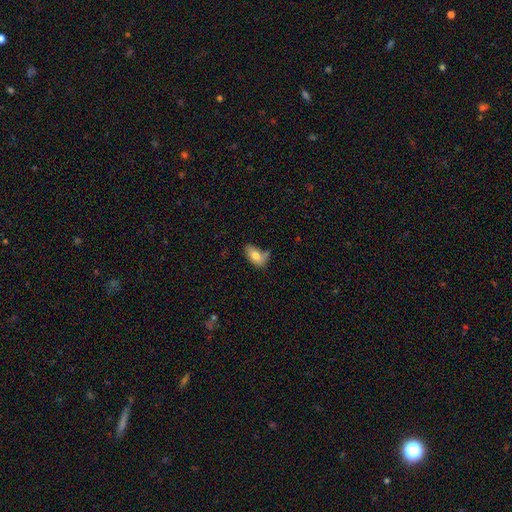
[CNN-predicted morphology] The model was most divided on "merging": none: 48%, minor disturbance: 28%, merger: 12%, major disturbance: 11%. More confident: how rounded — in between (91%); smooth or featured — smooth (75%).